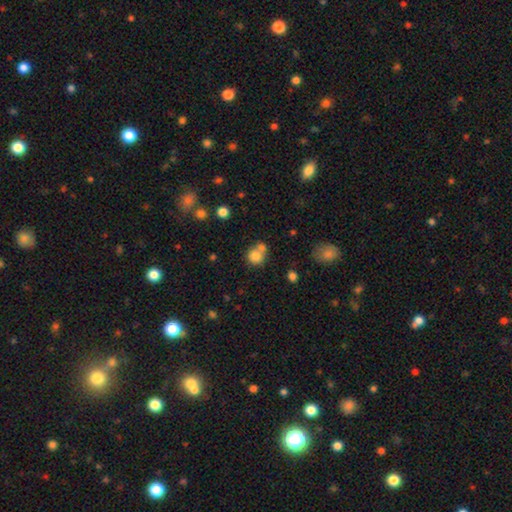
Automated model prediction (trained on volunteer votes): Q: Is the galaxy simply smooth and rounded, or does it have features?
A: smooth — 79%.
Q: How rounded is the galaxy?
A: round — 85%.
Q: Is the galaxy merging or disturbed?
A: none — 46%.